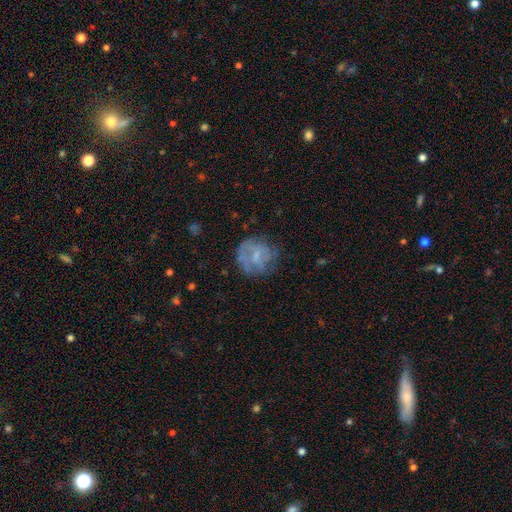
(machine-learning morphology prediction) smooth-or-featured: featured or disk: 47% | smooth: 43% | star or artifact: 10%
  merging: none: 57% | minor disturbance: 23% | major disturbance: 17% | merger: 2%